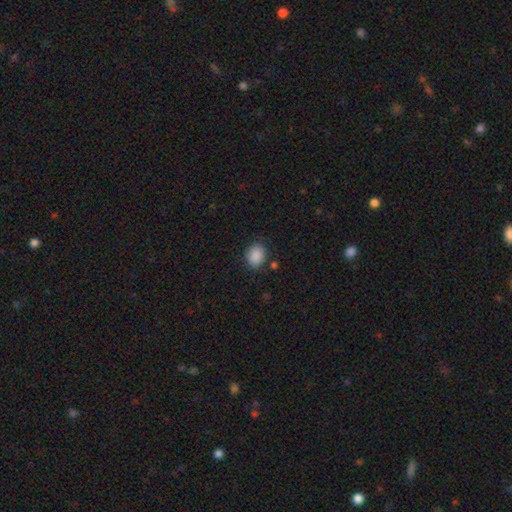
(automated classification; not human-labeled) smooth 88%, star or artifact 8%, featured or disk 3%. Down the decision tree: how rounded — in between (53%); merging — none (83%).